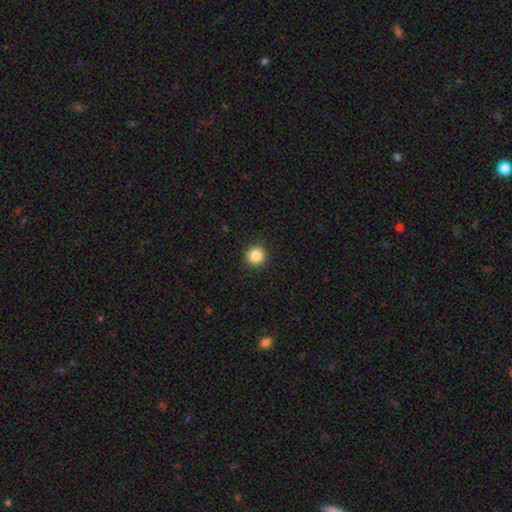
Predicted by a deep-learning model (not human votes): Overall: smooth (86%). How rounded: round (95%). Merging: none (92%).